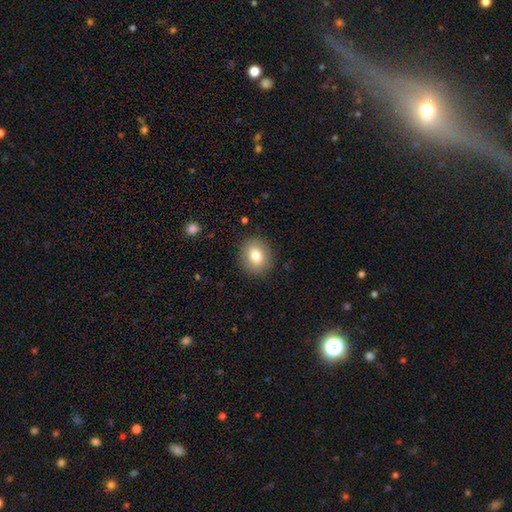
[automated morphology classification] A smooth galaxy with no disk features (80%) that is round (71%). Merging: none (89%).